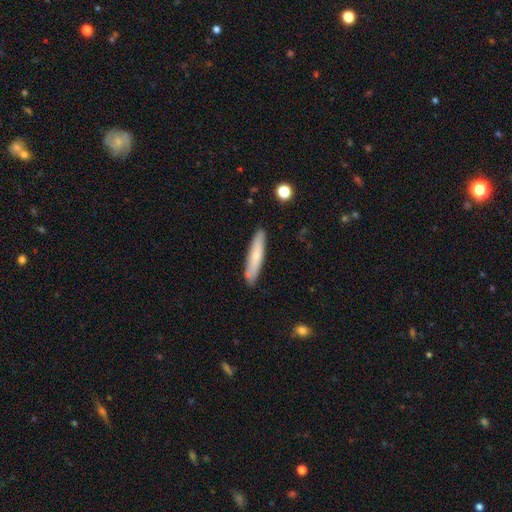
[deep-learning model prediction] smooth 67%, featured or disk 27%, star or artifact 7%. Down the decision tree: how rounded — cigar-shaped (91%); merging — none (88%).